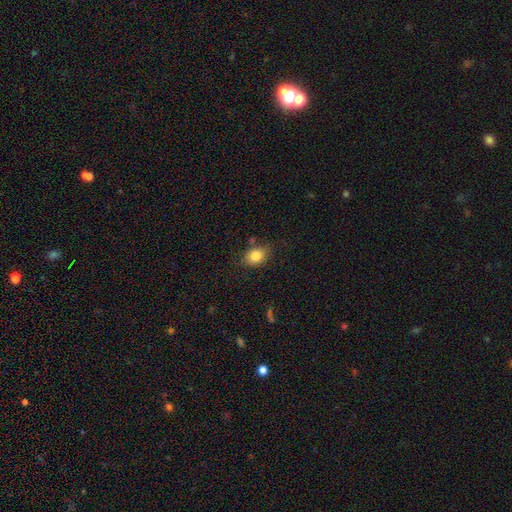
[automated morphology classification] smooth 82%, star or artifact 10%, featured or disk 9%. Down the decision tree: how rounded — in between (65%); merging — none (78%).